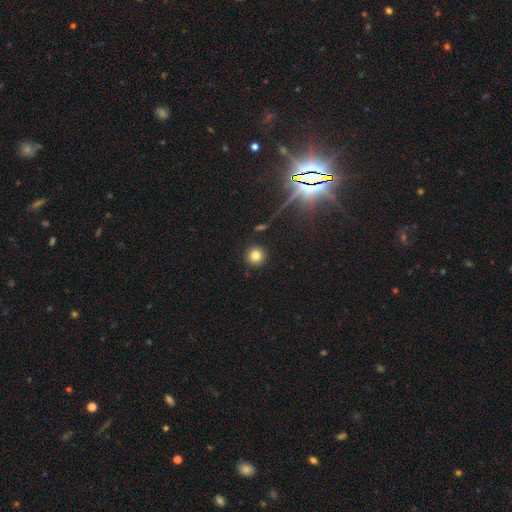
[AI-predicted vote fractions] Smooth or featured?
  - smooth: 79% *
  - star or artifact: 14%
  - featured or disk: 7%
How rounded?
  - round: 94% *
  - in between: 5%
  - cigar-shaped: 1%
Merging?
  - none: 89% *
  - minor disturbance: 6%
  - merger: 3%
  - major disturbance: 2%